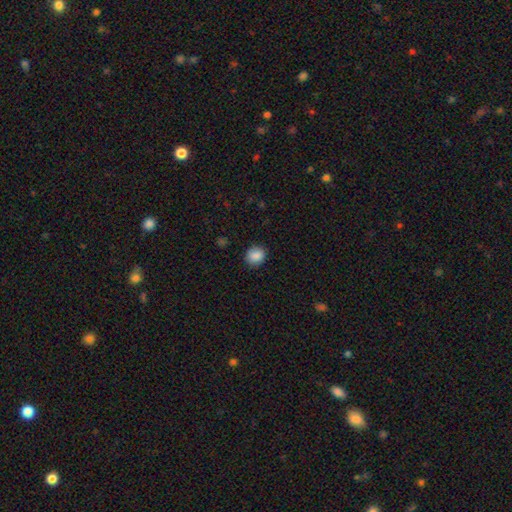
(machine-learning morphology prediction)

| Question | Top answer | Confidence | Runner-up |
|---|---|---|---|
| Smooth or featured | smooth | 87% | star or artifact (9%) |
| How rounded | round | 77% | in between (22%) |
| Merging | none | 86% | minor disturbance (11%) |